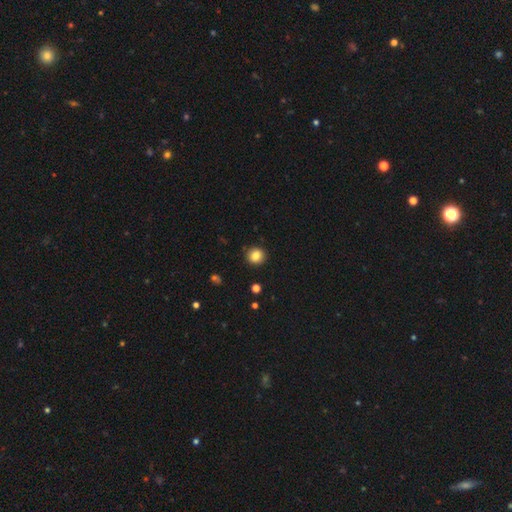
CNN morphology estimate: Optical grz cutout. It shows a smooth galaxy with no disk features (84%) that is round (91%). Merging: none (90%).